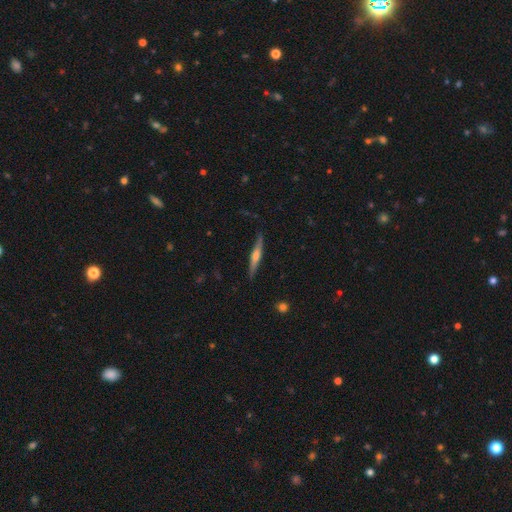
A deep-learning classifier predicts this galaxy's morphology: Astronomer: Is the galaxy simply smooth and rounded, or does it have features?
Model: featured or disk — 59% (runner-up: smooth, 35%).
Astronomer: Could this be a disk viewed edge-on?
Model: yes — 96%.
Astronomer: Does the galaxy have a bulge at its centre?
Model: rounded — 75%.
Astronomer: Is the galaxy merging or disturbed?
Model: none — 85%.